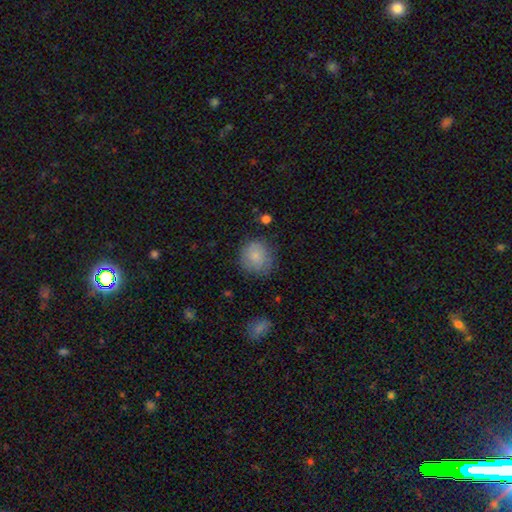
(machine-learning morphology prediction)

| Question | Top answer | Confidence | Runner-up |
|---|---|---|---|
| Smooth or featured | smooth | 80% | featured or disk (12%) |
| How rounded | round | 86% | in between (13%) |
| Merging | none | 74% | minor disturbance (19%) |